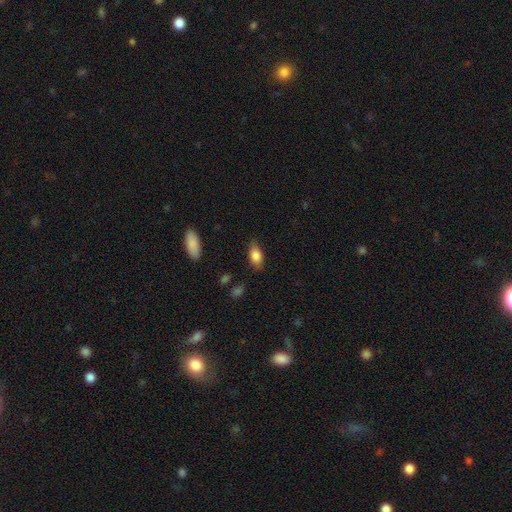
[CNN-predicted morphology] A smooth galaxy with no disk features (84%) that is in between round and cigar-shaped (89%). Merging: none (79%).